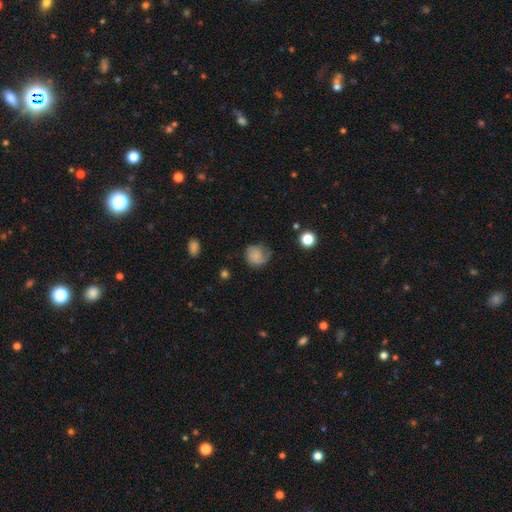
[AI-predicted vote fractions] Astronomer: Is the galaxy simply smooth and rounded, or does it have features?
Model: smooth — 62%.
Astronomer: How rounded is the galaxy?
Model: round — 77%.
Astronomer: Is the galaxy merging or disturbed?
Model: none — 51% (runner-up: minor disturbance, 29%).